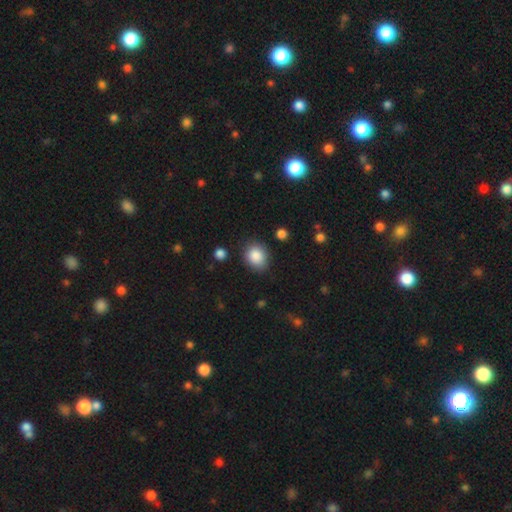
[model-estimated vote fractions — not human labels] Q: Smooth or featured?
A: smooth (87%); runner-up: star or artifact (8%)
Q: How rounded?
A: round (60%); runner-up: in between (39%)
Q: Merging?
A: none (82%); runner-up: minor disturbance (13%)